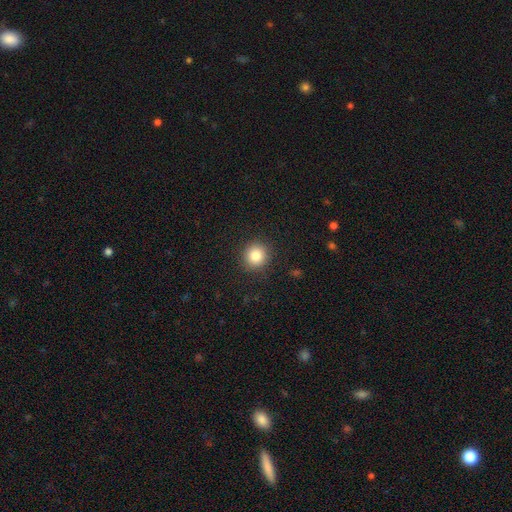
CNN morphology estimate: Smooth or featured?
  - smooth: 84% *
  - star or artifact: 10%
  - featured or disk: 5%
How rounded?
  - round: 92% *
  - in between: 7%
  - cigar-shaped: 1%
Merging?
  - none: 91% *
  - minor disturbance: 6%
  - major disturbance: 2%
  - merger: 1%